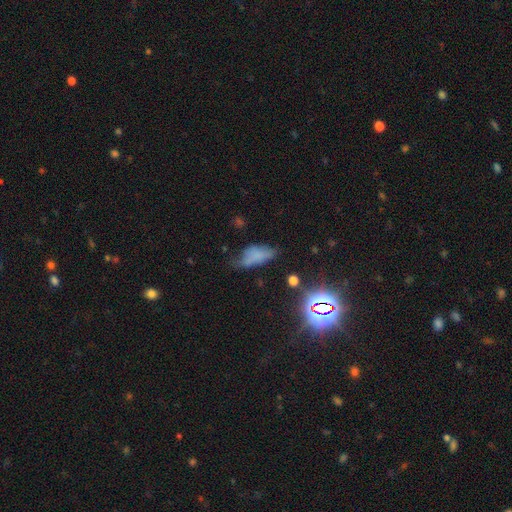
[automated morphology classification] A smooth galaxy with no disk features (61%) that is in between round and cigar-shaped (82%).

Vote fractions:
- Smooth or featured? smooth: 61% / featured or disk: 21% / star or artifact: 18%
- How rounded? in between: 82% / cigar-shaped: 14% / round: 5%
- Merging? minor disturbance: 36% / none: 35% / major disturbance: 24% / merger: 5%